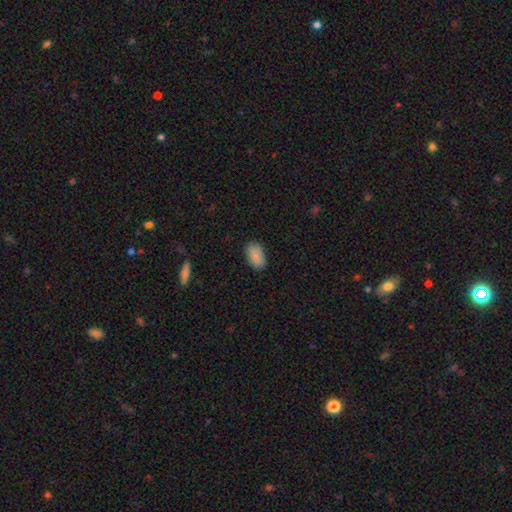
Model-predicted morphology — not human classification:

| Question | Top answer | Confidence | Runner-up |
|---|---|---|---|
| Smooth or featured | smooth | 87% | star or artifact (7%) |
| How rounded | in between | 93% | round (5%) |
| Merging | none | 85% | minor disturbance (11%) |